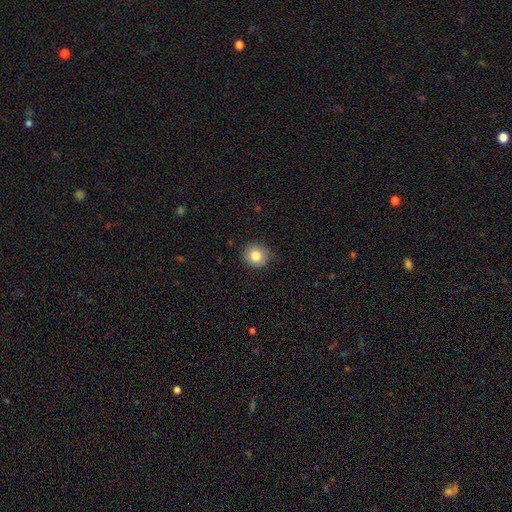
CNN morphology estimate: smooth-or-featured: smooth: 84% | star or artifact: 9% | featured or disk: 7%
  how-rounded: round: 88% | in between: 11% | cigar-shaped: 1%
  merging: none: 81% | minor disturbance: 15% | major disturbance: 3% | merger: 1%